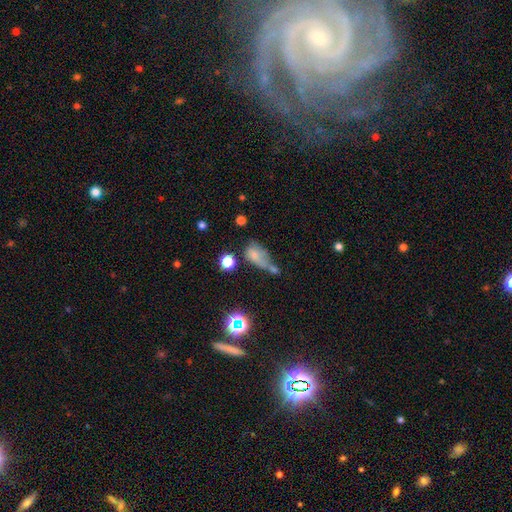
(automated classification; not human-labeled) Smooth or featured? smooth (64%)
How rounded? in between (73%)
Merging? merger (27%, tied with major disturbance)